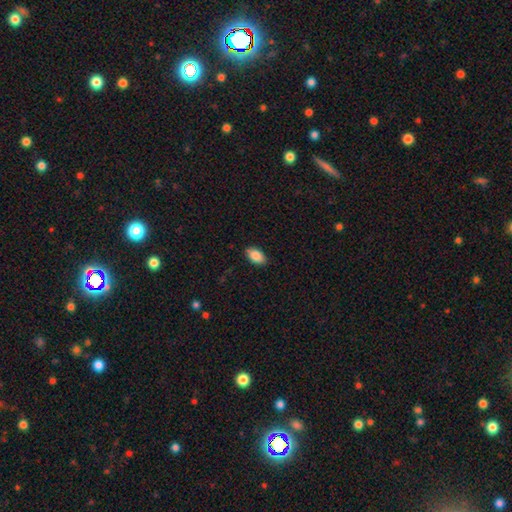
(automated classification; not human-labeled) smooth-or-featured: smooth: 87% | star or artifact: 7% | featured or disk: 6%
  how-rounded: in between: 93% | round: 5% | cigar-shaped: 2%
  merging: none: 87% | minor disturbance: 10% | major disturbance: 2% | merger: 1%